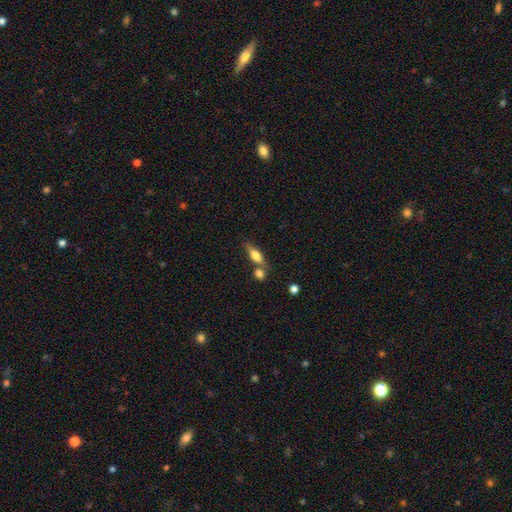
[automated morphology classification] Q: Smooth or featured?
A: smooth (64%); runner-up: featured or disk (28%)
Q: How rounded?
A: in between (59%); runner-up: cigar-shaped (35%)
Q: Merging?
A: none (56%); runner-up: merger (26%)